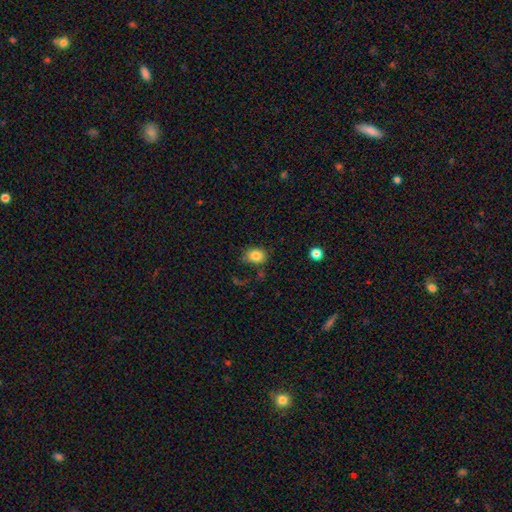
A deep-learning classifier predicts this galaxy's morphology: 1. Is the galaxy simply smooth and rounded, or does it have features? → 83% smooth, 10% star or artifact, 7% featured or disk.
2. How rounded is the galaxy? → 60% in between, 39% round, 1% cigar-shaped.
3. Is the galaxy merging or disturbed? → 75% none, 17% minor disturbance, 5% major disturbance, 3% merger.